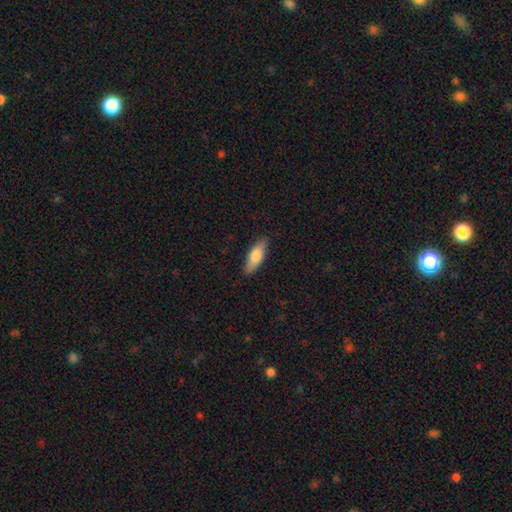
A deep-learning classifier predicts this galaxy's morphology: type=smooth (74%); roundness=in between (60%); merging=none (85%).